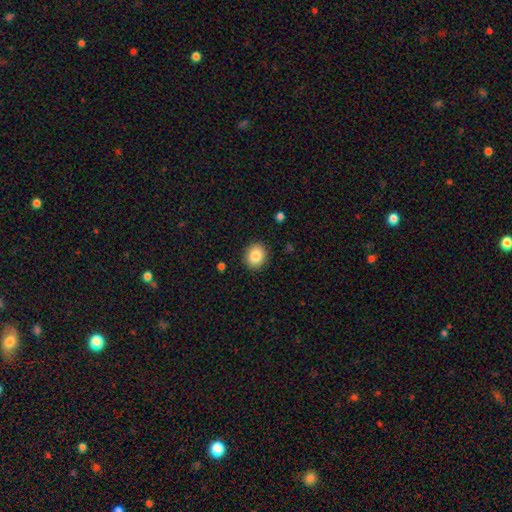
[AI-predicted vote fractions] Q: Smooth or featured?
A: smooth (84%); runner-up: star or artifact (9%)
Q: How rounded?
A: round (72%); runner-up: in between (27%)
Q: Merging?
A: none (89%); runner-up: minor disturbance (7%)